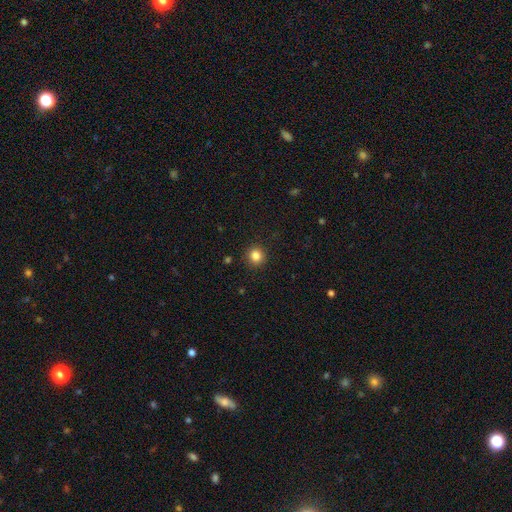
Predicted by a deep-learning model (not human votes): smooth-or-featured: smooth: 84% | star or artifact: 11% | featured or disk: 5%
  how-rounded: round: 93% | in between: 6% | cigar-shaped: 1%
  merging: none: 92% | minor disturbance: 5% | major disturbance: 2% | merger: 1%